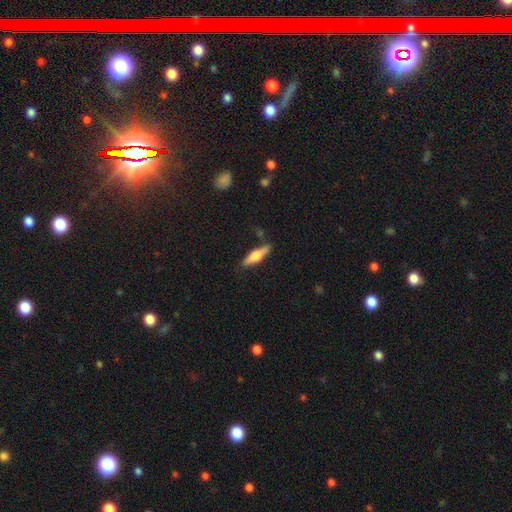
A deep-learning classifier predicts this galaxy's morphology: type=smooth (50%); roundness=cigar-shaped (70%); merging=none (81%).